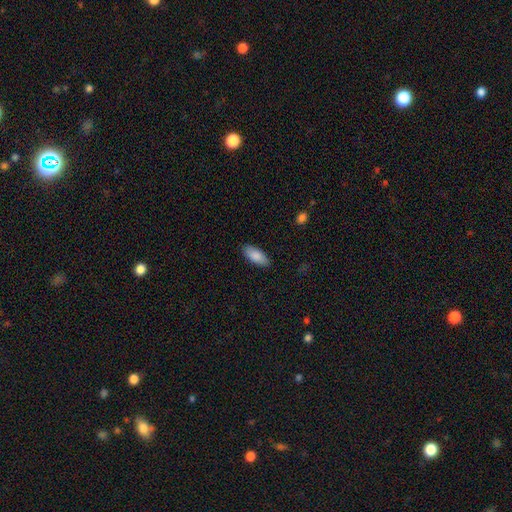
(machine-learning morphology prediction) Smooth or featured: smooth — 88% (featured or disk — 6%)
How rounded: in between — 86% (cigar-shaped — 13%)
Merging: none — 87% (minor disturbance — 9%)